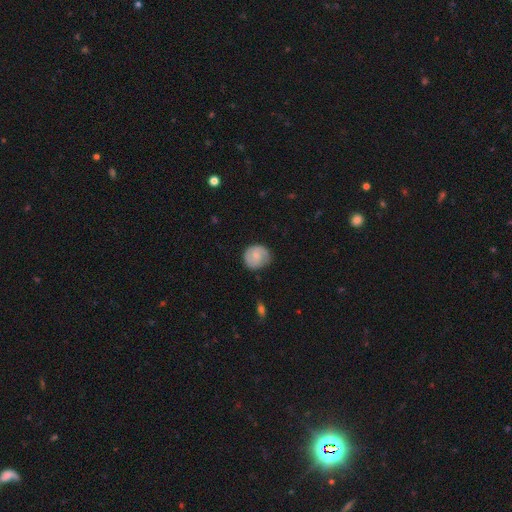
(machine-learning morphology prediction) type=featured or disk (55%); edge-on=no (98%); bar=no (65%); spiral arms=yes (89%); bulge=small (61%); merging=none (75%).